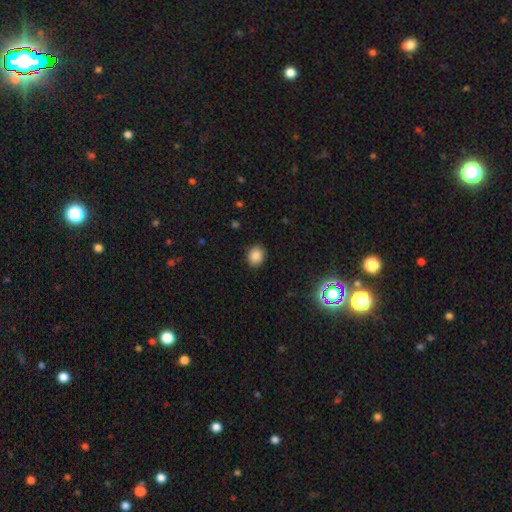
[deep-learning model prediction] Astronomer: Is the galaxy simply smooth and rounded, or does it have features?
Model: smooth — 86%.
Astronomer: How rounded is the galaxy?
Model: round — 69%.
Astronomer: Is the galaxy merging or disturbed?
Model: none — 90%.